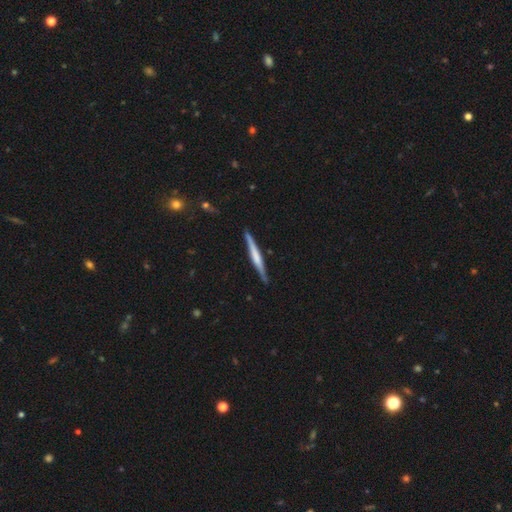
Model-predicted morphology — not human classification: Smooth or featured? featured or disk (59%)
Edge-on disk? yes (98%)
Edge-on bulge? none (37%)
Merging? none (88%)